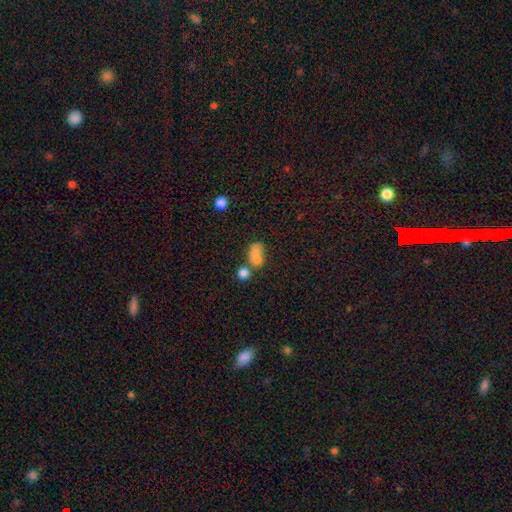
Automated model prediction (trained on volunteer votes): Morphology: type=smooth (74%); roundness=in between (73%); merging=merger (46%).